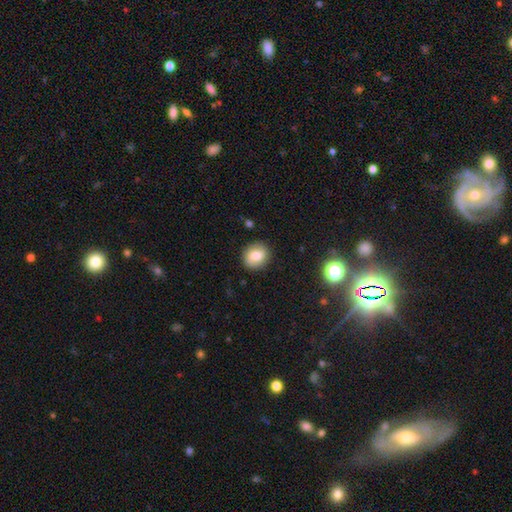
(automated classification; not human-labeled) The model was most divided on "how rounded": round: 71%, in between: 28%, cigar-shaped: 1%. More confident: merging — none (85%); smooth or featured — smooth (73%).